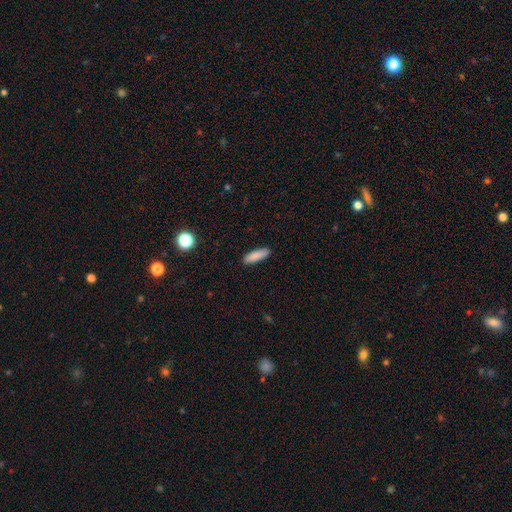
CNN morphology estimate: smooth-or-featured: smooth: 87% | star or artifact: 7% | featured or disk: 6%
  how-rounded: cigar-shaped: 65% | in between: 33% | round: 2%
  merging: none: 89% | minor disturbance: 8% | major disturbance: 2% | merger: 1%